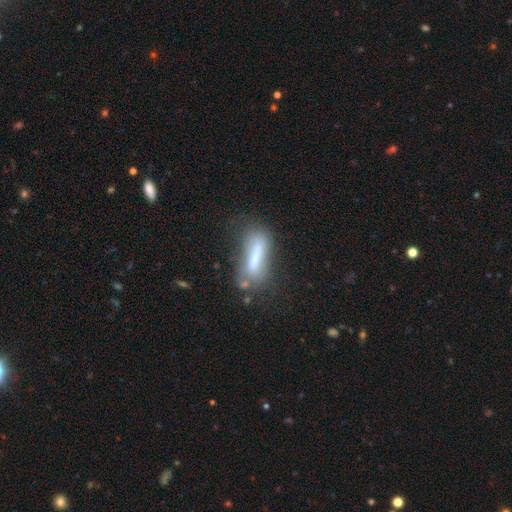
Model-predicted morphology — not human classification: smooth 55%, featured or disk 34%, star or artifact 10%. Down the decision tree: how rounded — cigar-shaped (65%); merging — none (48%).